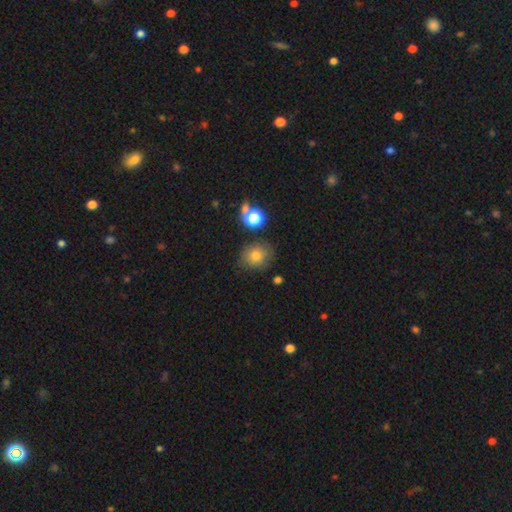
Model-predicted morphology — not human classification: The model was most divided on "how rounded": round: 76%, in between: 23%, cigar-shaped: 1%. More confident: merging — none (75%); smooth or featured — smooth (73%).